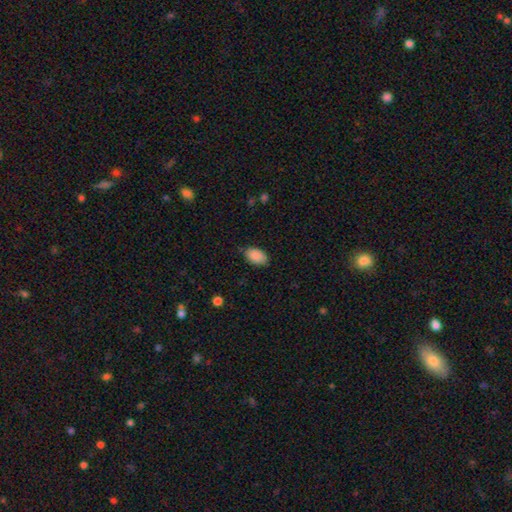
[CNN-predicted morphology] type=smooth (89%); roundness=in between (91%); merging=none (76%).